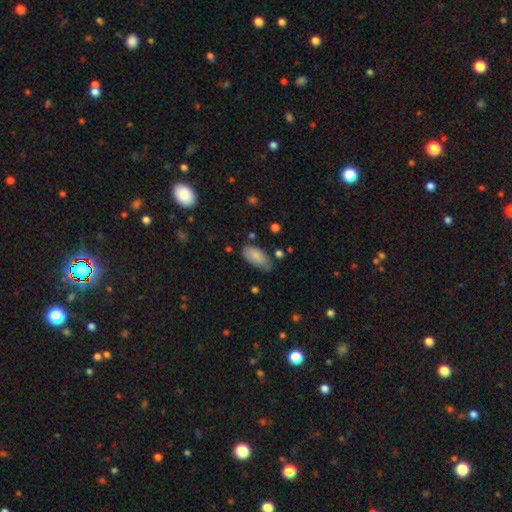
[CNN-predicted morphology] Smooth or featured? smooth (82%)
How rounded? in between (92%)
Merging? none (55%)